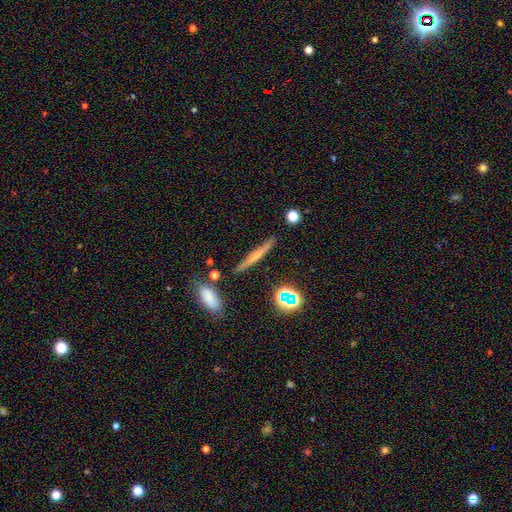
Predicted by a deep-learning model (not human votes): A smooth galaxy with no disk features (47%). Merging: none (85%).